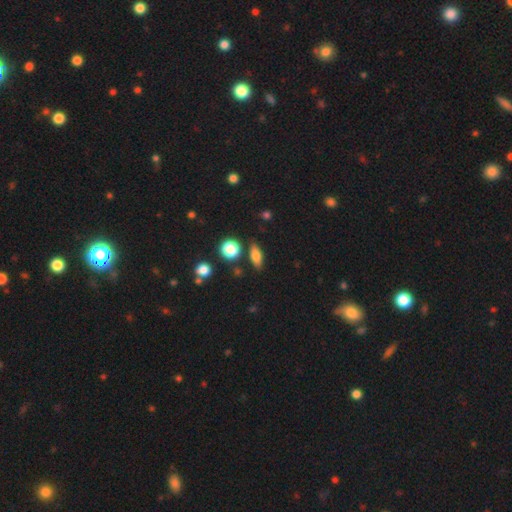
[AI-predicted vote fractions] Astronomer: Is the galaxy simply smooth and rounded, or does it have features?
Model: smooth — 71%.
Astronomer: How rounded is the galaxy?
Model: in between — 64%.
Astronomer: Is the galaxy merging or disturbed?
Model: none — 82%.